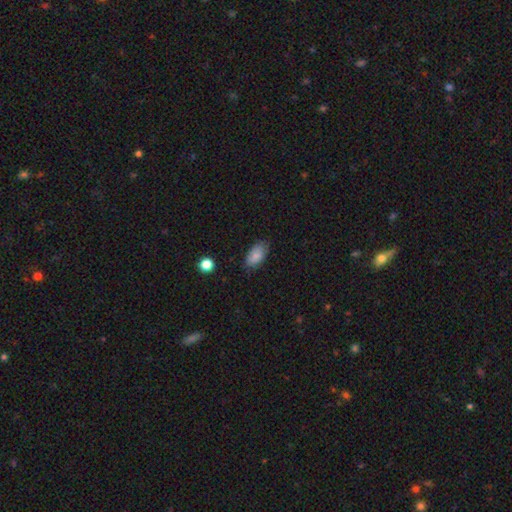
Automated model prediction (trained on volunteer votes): smooth_or_featured: smooth (p=0.83) [alt: featured or disk p=0.09]
how_rounded: in between (p=0.93) [alt: round p=0.04]
merging: none (p=0.77) [alt: minor disturbance p=0.18]